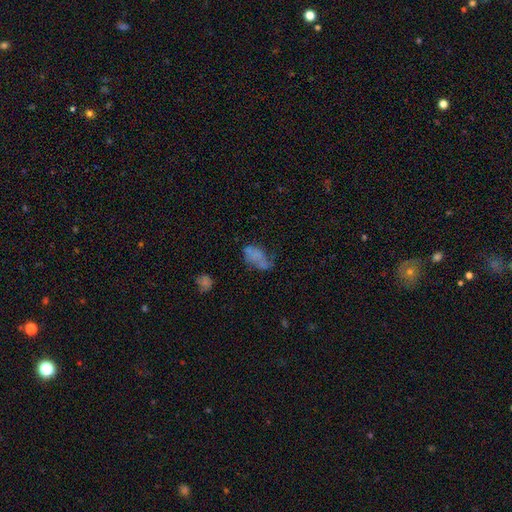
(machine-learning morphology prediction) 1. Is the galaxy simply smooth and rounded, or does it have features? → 55% smooth, 29% featured or disk, 16% star or artifact.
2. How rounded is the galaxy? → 88% in between, 8% round, 4% cigar-shaped.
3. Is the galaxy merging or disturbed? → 36% none, 27% minor disturbance, 27% major disturbance, 10% merger.